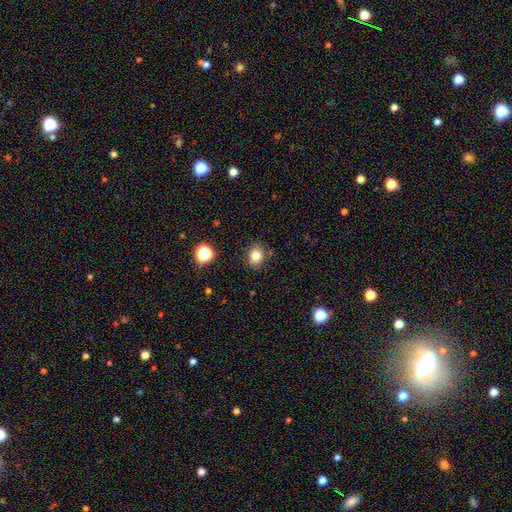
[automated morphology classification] Smooth or featured?
  - smooth: 81% *
  - star or artifact: 12%
  - featured or disk: 7%
How rounded?
  - round: 59% *
  - in between: 40%
  - cigar-shaped: 1%
Merging?
  - none: 86% *
  - minor disturbance: 9%
  - major disturbance: 2%
  - merger: 2%